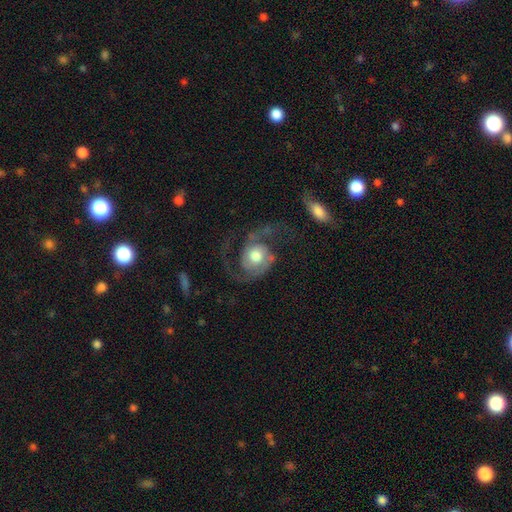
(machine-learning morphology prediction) type=featured or disk (80%); edge-on=no (97%); bar=no (74%); spiral arms=yes (93%); winding=loose (43%); arm count=2 (86%); bulge=moderate (61%); merging=none (51%).